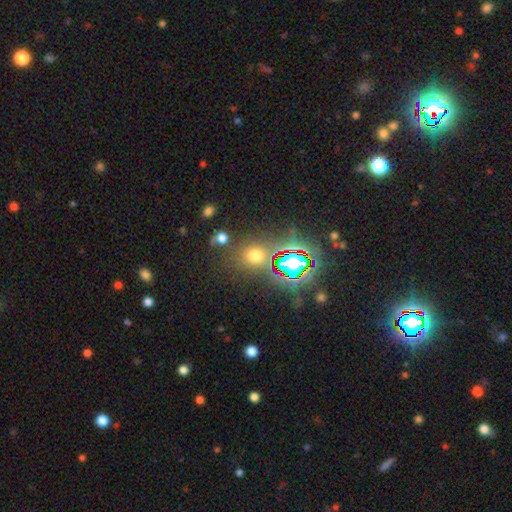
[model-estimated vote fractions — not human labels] Smooth or featured: smooth — 53% (star or artifact — 38%)
How rounded: round — 65% (in between — 33%)
Merging: none — 72% (minor disturbance — 12%)